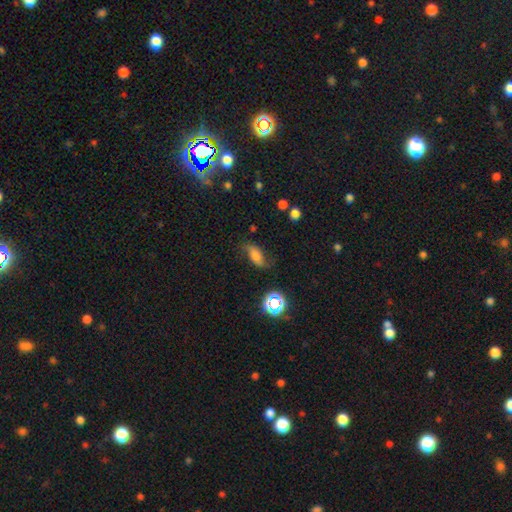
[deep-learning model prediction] Smooth or featured: smooth — 48% (featured or disk — 37%)
Merging: none — 66% (minor disturbance — 22%)